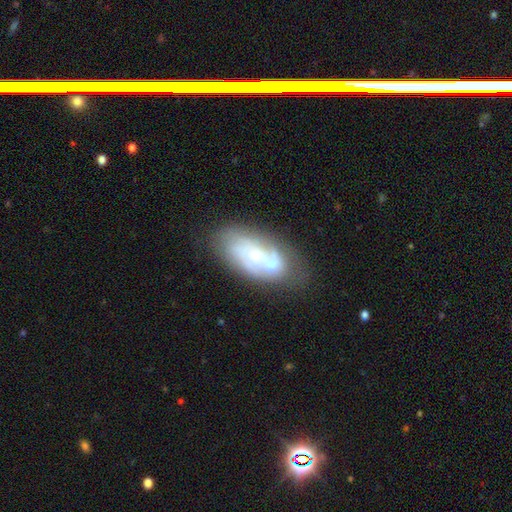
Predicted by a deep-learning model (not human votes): featured or disk 60%, smooth 31%, star or artifact 8%. Down the decision tree: edge-on disk — no (94%); bar — no (76%); spiral arms — yes (55%); bulge size — small (61%); merging — none (54%).